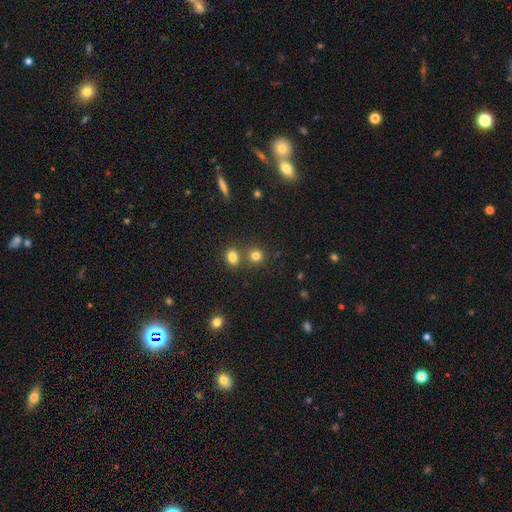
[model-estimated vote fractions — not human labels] This is likely a smooth galaxy (79%). How rounded: clearly round (83%). Merging: likely none (66%).